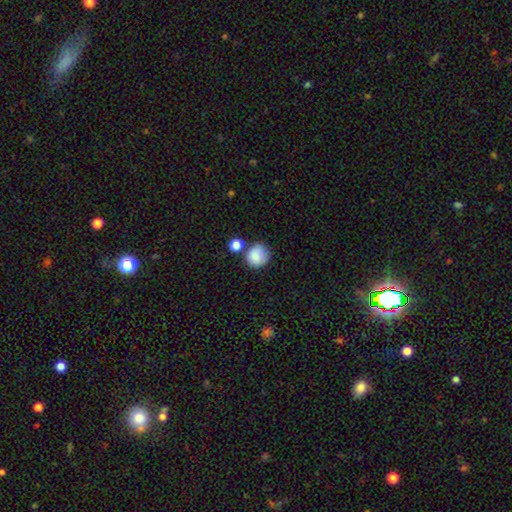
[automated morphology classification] Smooth or featured? smooth (86%)
How rounded? round (89%)
Merging? none (66%)